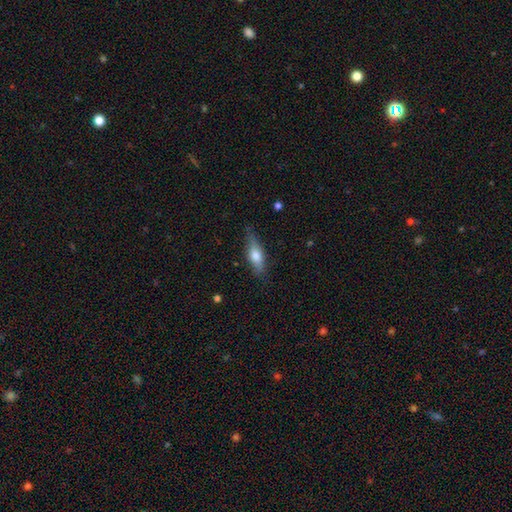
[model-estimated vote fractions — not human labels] This is likely a smooth galaxy (61%). How rounded: possibly in between (52%). Merging: likely none (75%).